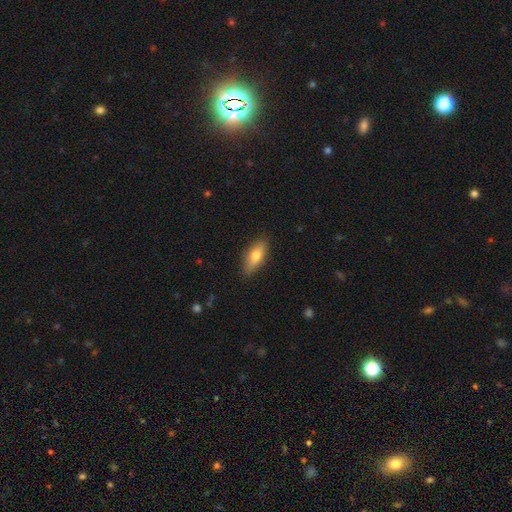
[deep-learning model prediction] This is likely a smooth galaxy (68%). How rounded: likely in between (69%). Merging: clearly none (85%).